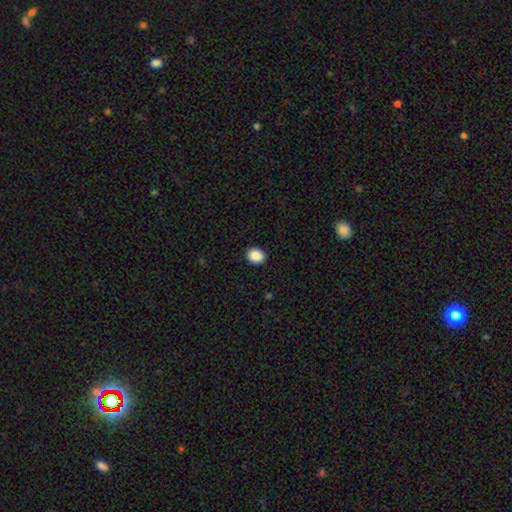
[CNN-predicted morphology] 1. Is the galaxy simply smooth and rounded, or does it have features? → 89% smooth, 8% star or artifact, 3% featured or disk.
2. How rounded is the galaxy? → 51% in between, 48% round, 1% cigar-shaped.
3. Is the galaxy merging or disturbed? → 91% none, 6% minor disturbance, 2% major disturbance, 1% merger.